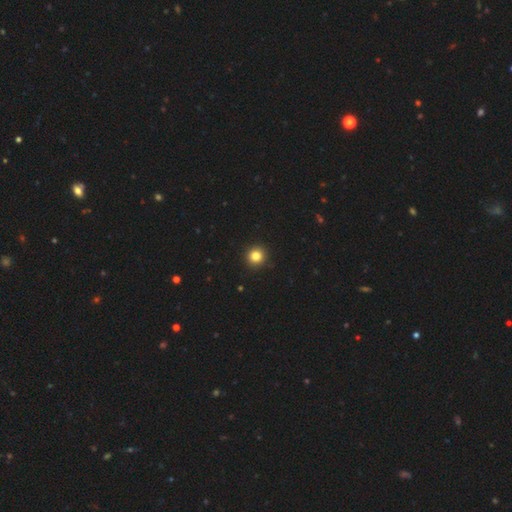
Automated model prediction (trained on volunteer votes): smooth 83%, star or artifact 12%, featured or disk 5%. Down the decision tree: how rounded — round (94%); merging — none (93%).